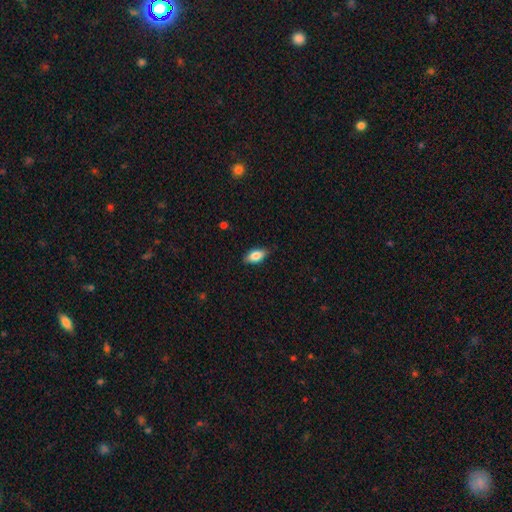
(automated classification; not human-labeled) This is clearly a smooth galaxy (82%). How rounded: clearly in between (88%). Merging: clearly none (84%).